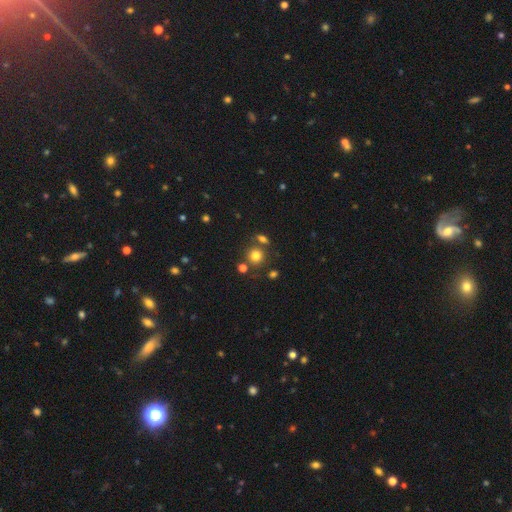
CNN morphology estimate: Q: Smooth or featured?
A: smooth (77%); runner-up: star or artifact (15%)
Q: How rounded?
A: round (89%); runner-up: in between (10%)
Q: Merging?
A: none (72%); runner-up: merger (15%)